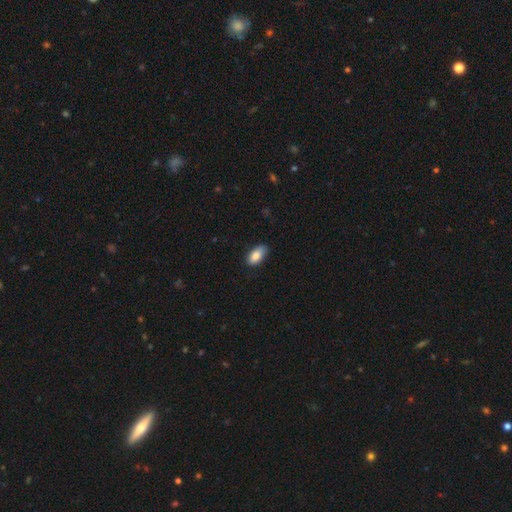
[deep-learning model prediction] smooth 86%, featured or disk 7%, star or artifact 7%. Down the decision tree: how rounded — in between (93%); merging — none (78%).